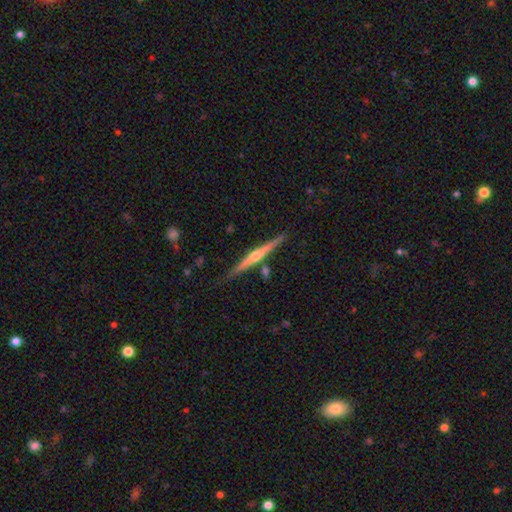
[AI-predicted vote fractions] The model was most divided on "smooth or featured": featured or disk: 74%, smooth: 20%, star or artifact: 6%. More confident: edge-on disk — yes (98%); edge-on bulge — rounded (86%); merging — none (83%).